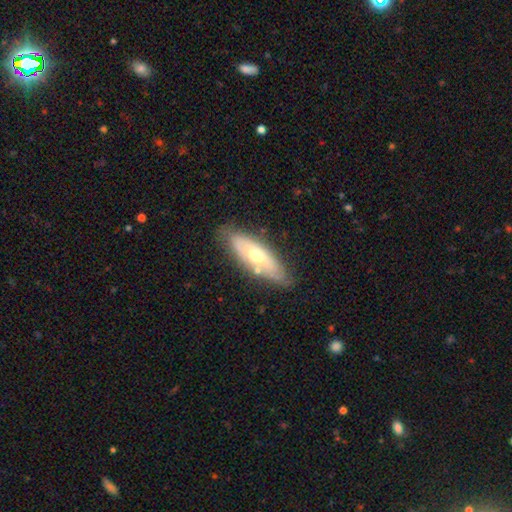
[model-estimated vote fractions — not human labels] Smooth or featured? Predicted: featured or disk (p=0.57). Edge-on disk? Predicted: no (p=0.64). Merging? Predicted: none (p=0.75).